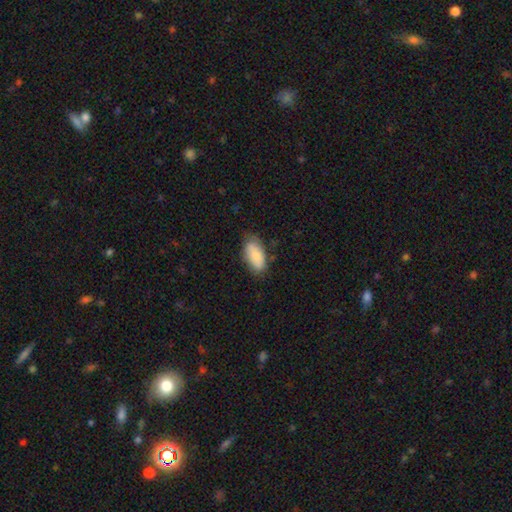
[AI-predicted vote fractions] This appears to be a smooth galaxy with no disk features (78%) that is in between round and cigar-shaped (93%). Merging: none (70%).